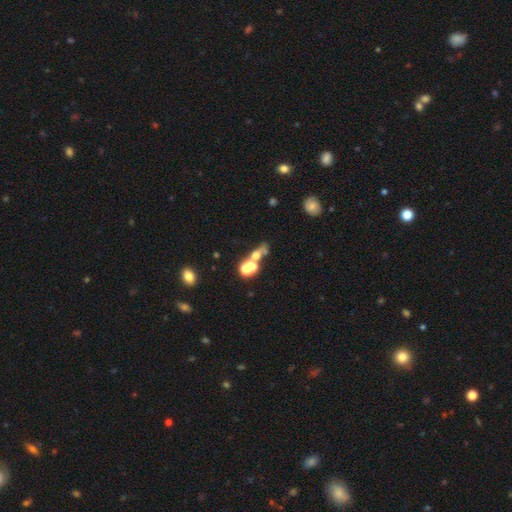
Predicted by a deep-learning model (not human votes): A smooth galaxy with no disk features (48%).

Vote fractions:
- Smooth or featured? smooth: 48% / featured or disk: 29% / star or artifact: 22%
- Merging? merger: 50% / none: 34% / minor disturbance: 8% / major disturbance: 8%